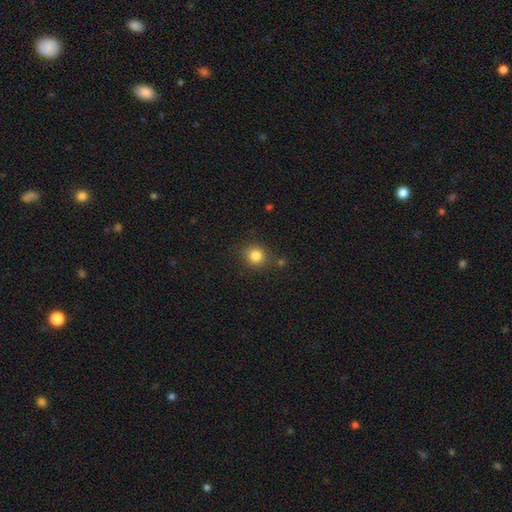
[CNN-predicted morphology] The model was most divided on "smooth or featured": smooth: 83%, star or artifact: 12%, featured or disk: 5%. More confident: how rounded — round (85%); merging — none (82%).